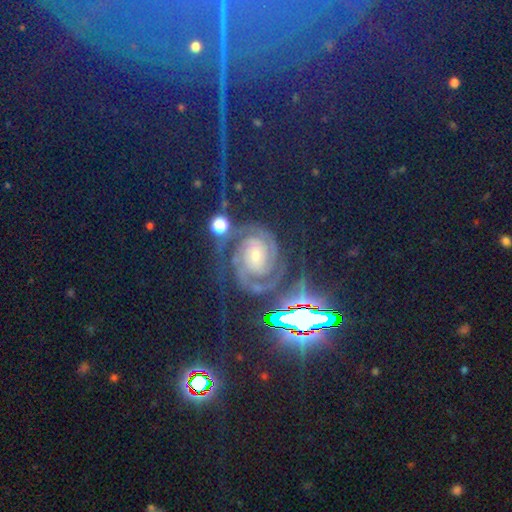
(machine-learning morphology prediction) This appears to be a featured or disk galaxy (45%). Merging: none (68%).